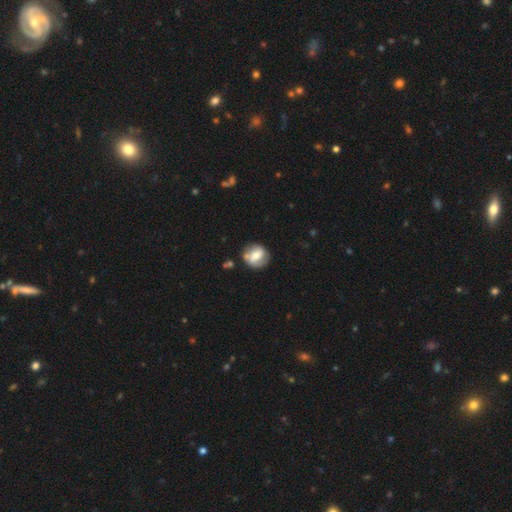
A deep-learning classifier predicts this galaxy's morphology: This is possibly a smooth galaxy (49%). Merging: likely none (72%).